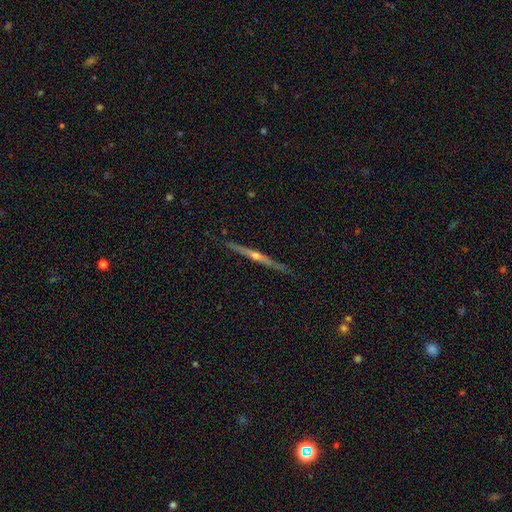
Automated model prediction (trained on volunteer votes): A featured or disk galaxy (83%) viewed edge-on (98%) with a rounded central bulge (87%). Merging: none (90%).